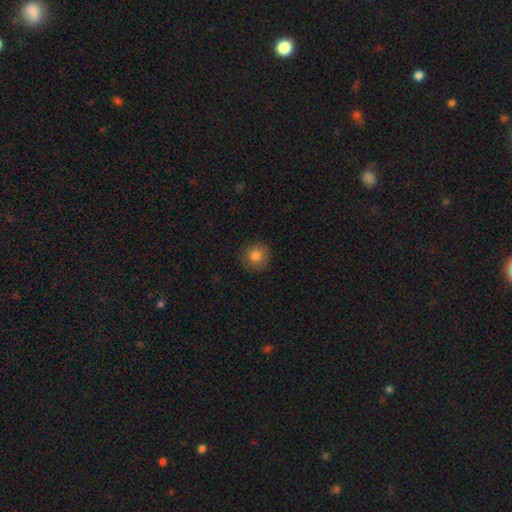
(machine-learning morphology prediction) A smooth galaxy with no disk features (81%) that is round (94%). Merging: none (87%).